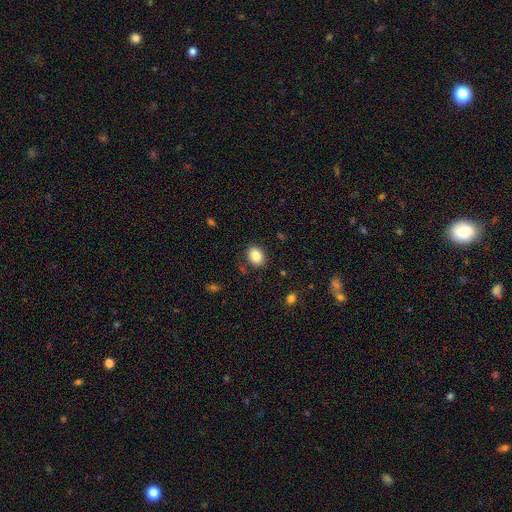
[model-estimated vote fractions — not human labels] A smooth galaxy with no disk features (86%) that is in between round and cigar-shaped (66%). Merging: none (86%).